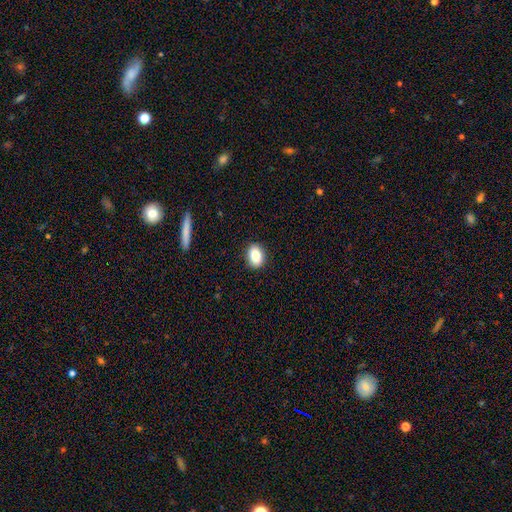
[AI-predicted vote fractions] This appears to be a smooth galaxy with no disk features (84%) that is in between round and cigar-shaped (71%). Merging: none (90%).